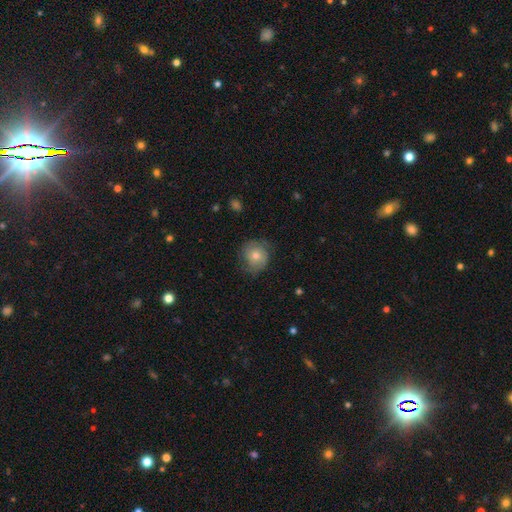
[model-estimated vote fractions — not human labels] Smooth or featured? Predicted: featured or disk (p=0.52). Edge-on disk? Predicted: no (p=0.97). Bar? Predicted: no (p=0.80). Spiral arms? Predicted: yes (p=0.83). Bulge size? Predicted: moderate (p=0.57). Merging? Predicted: none (p=0.71).